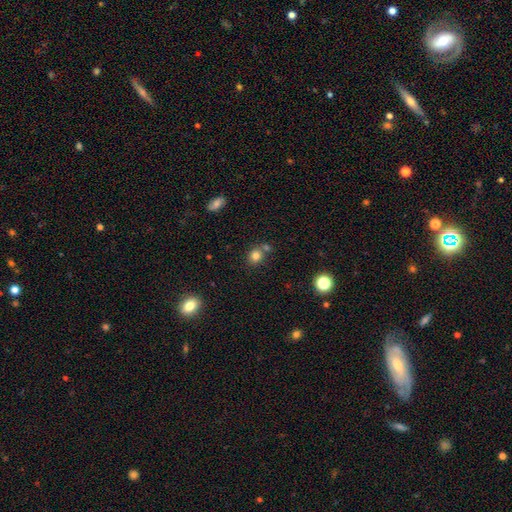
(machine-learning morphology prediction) This appears to be a smooth galaxy with no disk features (80%) that is round (75%). Merging: none (61%).